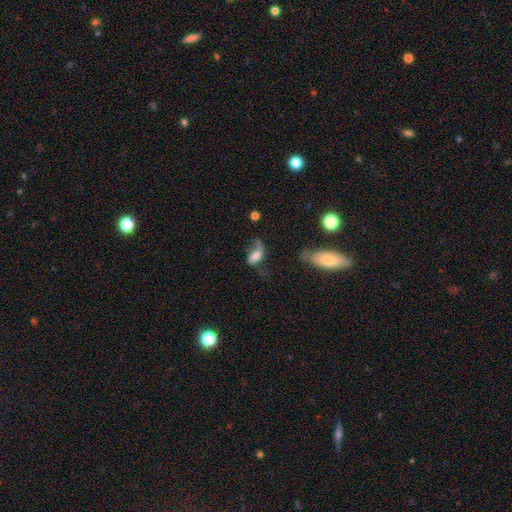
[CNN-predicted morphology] featured or disk 51%, smooth 39%, star or artifact 10%. Down the decision tree: edge-on disk — no (91%); merging — major disturbance (35%).